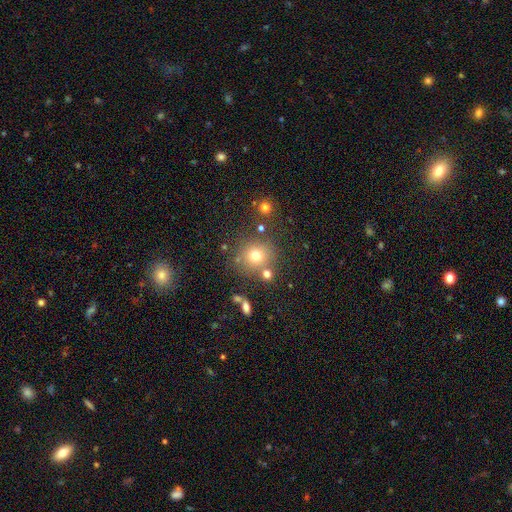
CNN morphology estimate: The model was most divided on "smooth or featured": smooth: 72%, star or artifact: 17%, featured or disk: 11%. More confident: how rounded — round (90%); merging — none (75%).